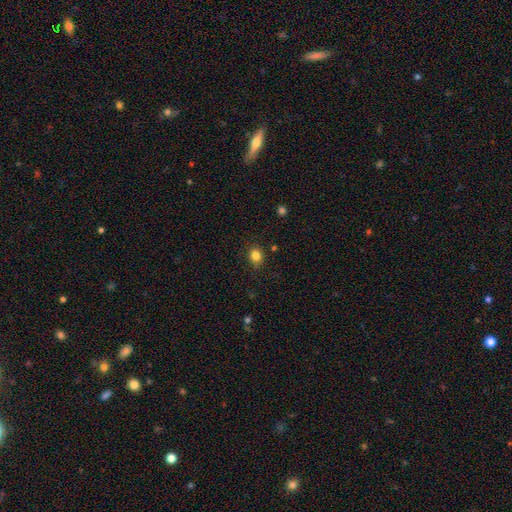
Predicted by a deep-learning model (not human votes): Morphology: type=smooth (83%); roundness=round (71%); merging=none (87%).